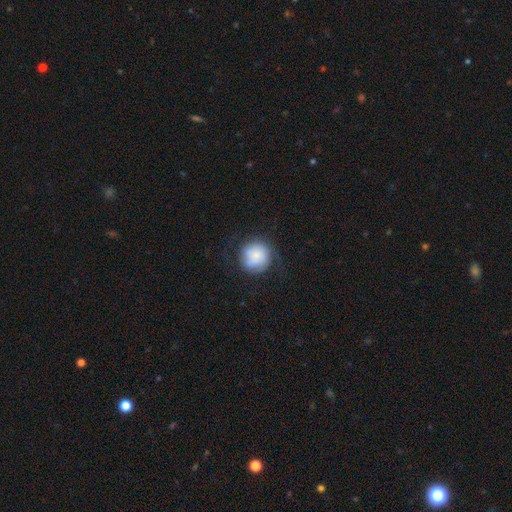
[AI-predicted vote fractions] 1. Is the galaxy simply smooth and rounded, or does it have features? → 62% smooth, 29% featured or disk, 9% star or artifact.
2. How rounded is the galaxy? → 92% round, 7% in between, 1% cigar-shaped.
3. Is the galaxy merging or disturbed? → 64% none, 19% minor disturbance, 15% major disturbance, 2% merger.